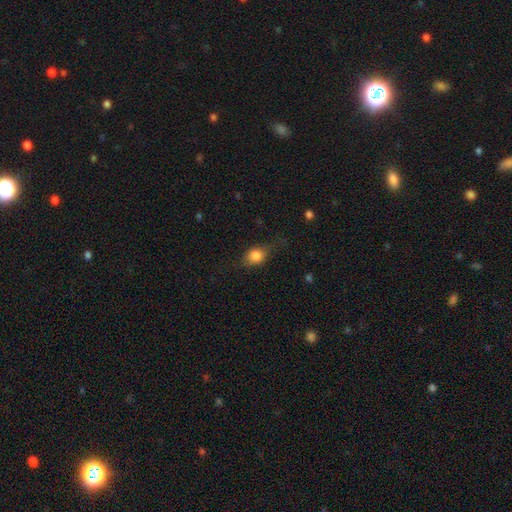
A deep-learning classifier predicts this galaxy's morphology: The model was most divided on "how rounded": in between: 51%, round: 45%, cigar-shaped: 3%. More confident: smooth or featured — smooth (75%); merging — none (61%).